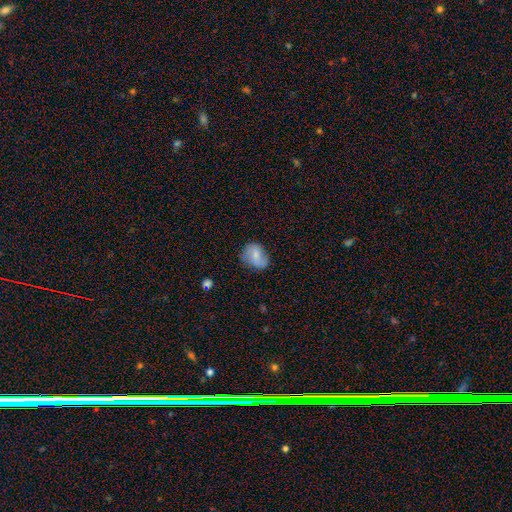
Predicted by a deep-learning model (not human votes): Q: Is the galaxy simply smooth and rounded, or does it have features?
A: smooth — 64%.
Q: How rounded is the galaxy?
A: in between — 59%.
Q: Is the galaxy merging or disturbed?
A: none — 62%.